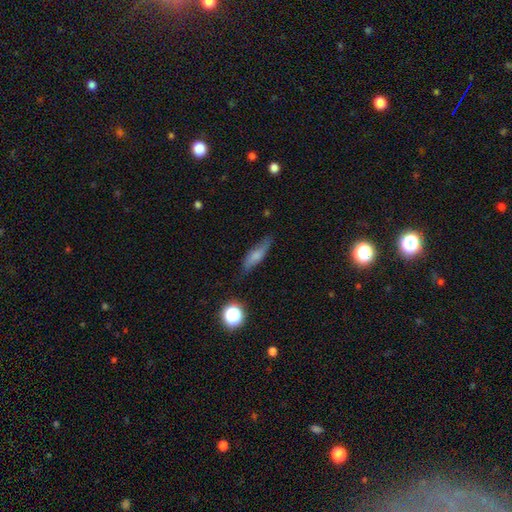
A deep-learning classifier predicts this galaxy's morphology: Overall: smooth (63%; featured or disk 27%). How rounded: cigar-shaped (61%; in between 35%). Merging: none (75%).